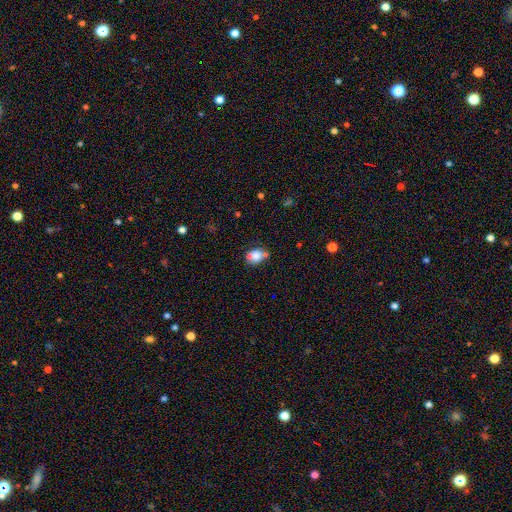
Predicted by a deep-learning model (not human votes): This appears to be a smooth galaxy with no disk features (71%) that is in between round and cigar-shaped (57%). Merging: none (44%).